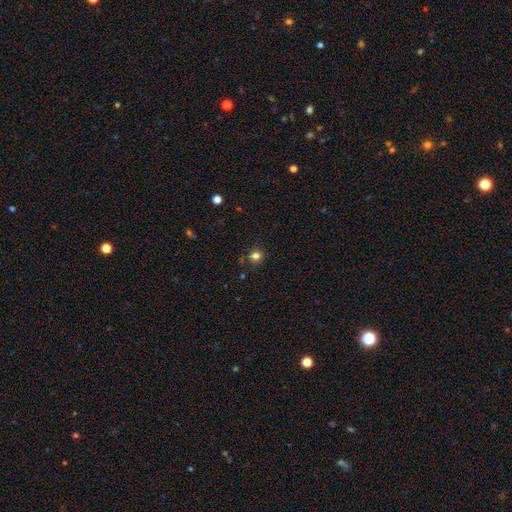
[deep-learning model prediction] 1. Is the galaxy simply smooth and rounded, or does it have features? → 79% smooth, 15% star or artifact, 6% featured or disk.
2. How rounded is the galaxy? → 77% round, 22% in between, 1% cigar-shaped.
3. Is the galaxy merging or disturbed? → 84% none, 11% minor disturbance, 3% major disturbance, 3% merger.